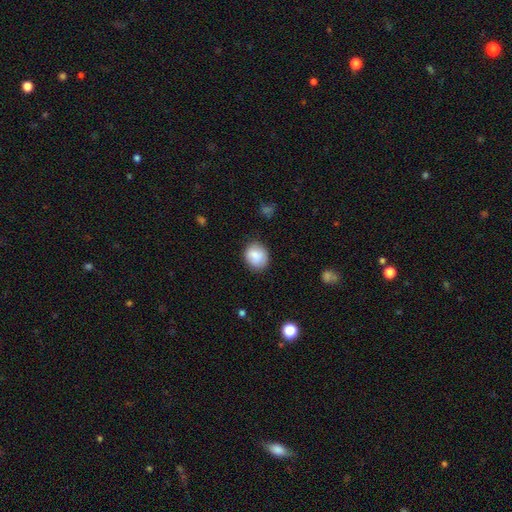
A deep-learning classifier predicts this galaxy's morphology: type=smooth (84%); roundness=round (64%); merging=none (81%).